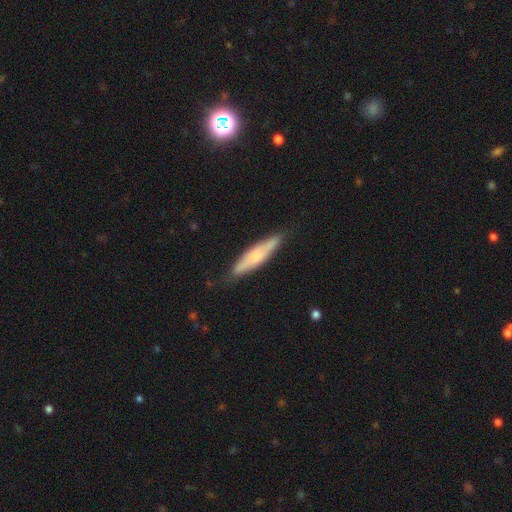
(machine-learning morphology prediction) A smooth galaxy with no disk features (49%).

Vote fractions:
- Smooth or featured? smooth: 49% / featured or disk: 45% / star or artifact: 6%
- Merging? none: 81% / minor disturbance: 15% / major disturbance: 3% / merger: 1%